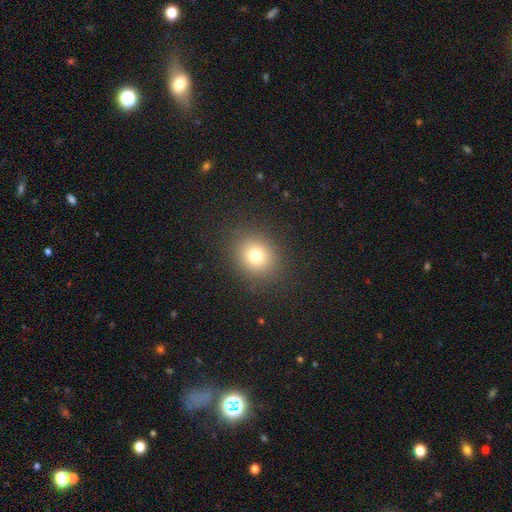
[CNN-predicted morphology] type=smooth (77%); roundness=round (76%); merging=none (89%).